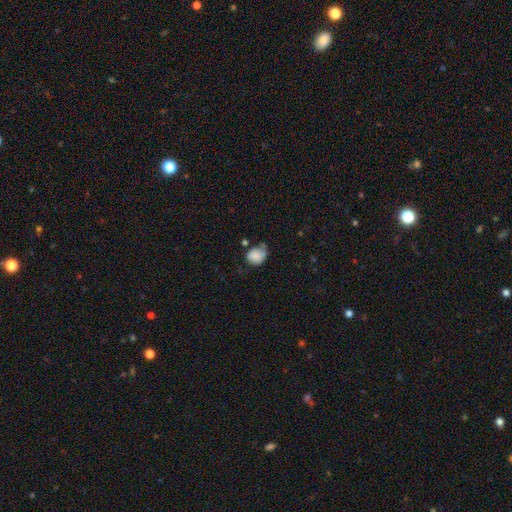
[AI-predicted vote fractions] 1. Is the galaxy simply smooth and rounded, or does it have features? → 80% smooth, 11% featured or disk, 9% star or artifact.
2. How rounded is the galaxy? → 56% round, 43% in between, 1% cigar-shaped.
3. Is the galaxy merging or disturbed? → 42% none, 35% minor disturbance, 12% major disturbance, 11% merger.